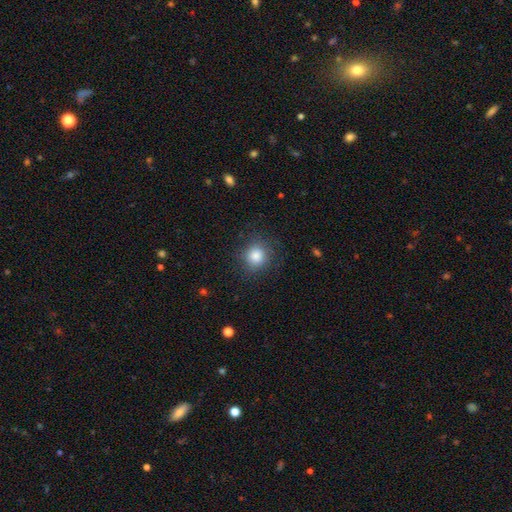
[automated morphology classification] Smooth or featured? smooth (83%)
How rounded? round (89%)
Merging? none (82%)